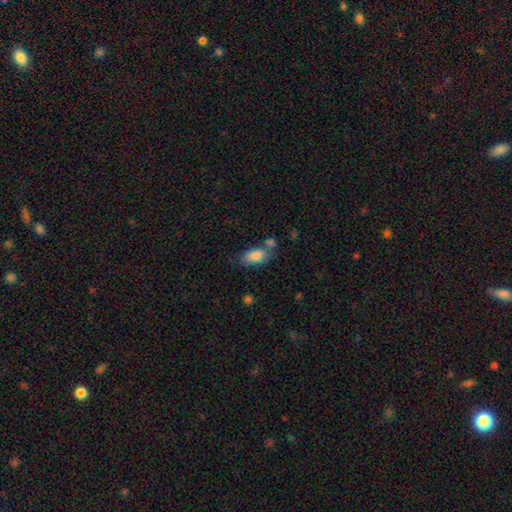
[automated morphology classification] Smooth or featured: smooth — 84% (featured or disk — 9%)
How rounded: in between — 92% (round — 5%)
Merging: none — 56% (merger — 21%)